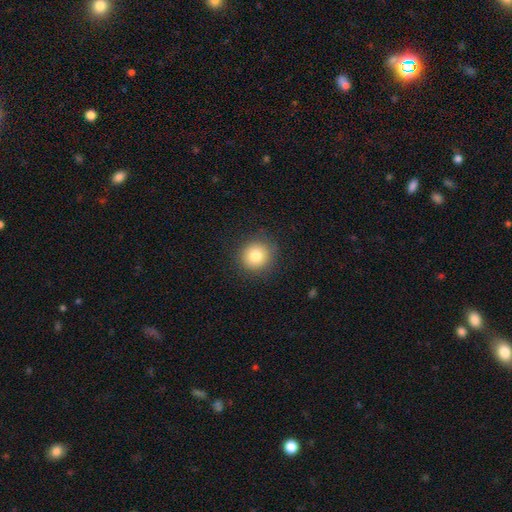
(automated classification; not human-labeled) A smooth galaxy with no disk features (81%) that is round (91%).

Vote fractions:
- Smooth or featured? smooth: 81% / star or artifact: 10% / featured or disk: 9%
- How rounded? round: 91% / in between: 9% / cigar-shaped: 1%
- Merging? none: 88% / minor disturbance: 8% / major disturbance: 3% / merger: 1%